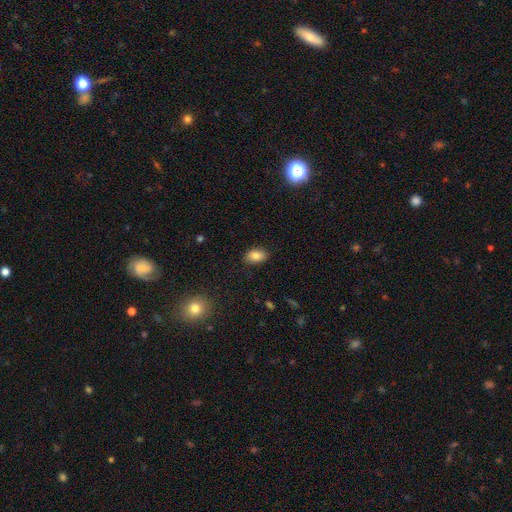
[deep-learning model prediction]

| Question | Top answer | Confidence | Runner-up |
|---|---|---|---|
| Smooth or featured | smooth | 84% | star or artifact (9%) |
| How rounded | in between | 88% | round (11%) |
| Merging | none | 86% | minor disturbance (10%) |